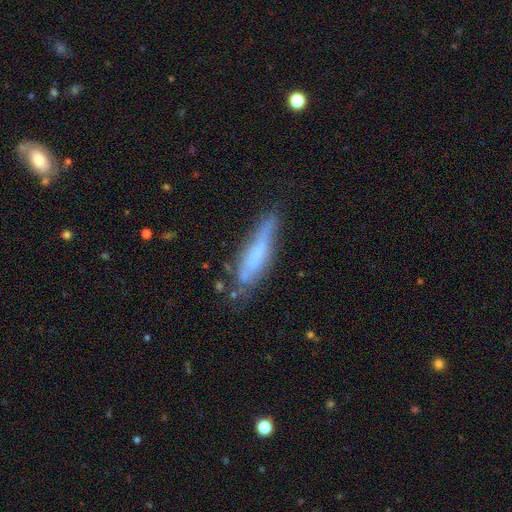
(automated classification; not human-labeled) Morphology: type=smooth (48%); merging=none (54%).